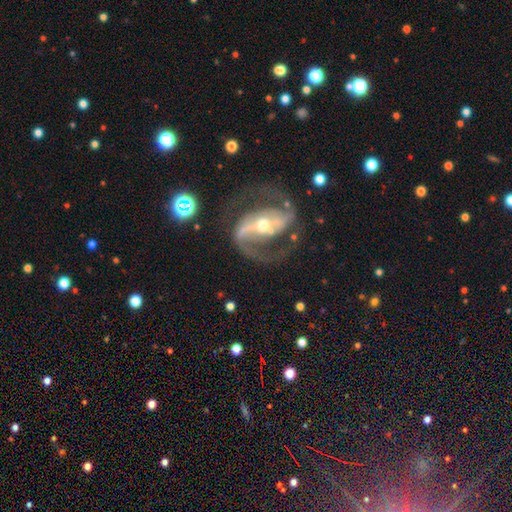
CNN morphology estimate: This is clearly a featured or disk galaxy (88%). It is clearly not viewed edge-on (97%). Bar: possibly strong (49%). Spiral arm pattern: clearly yes (97%). Spiral arm count: clearly 2 (92%). Spiral winding: possibly medium (56%). Central bulge: possibly small (49%). Merging: likely none (76%).